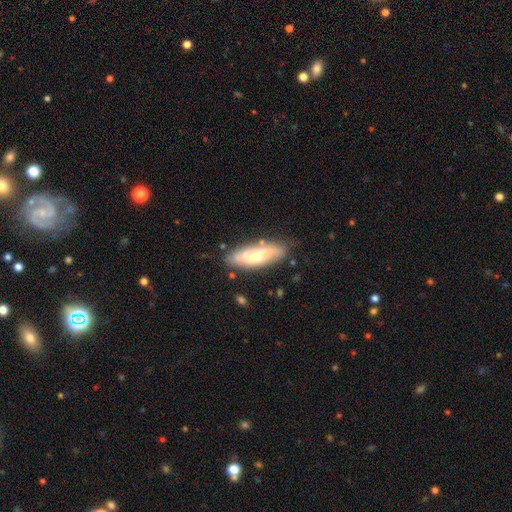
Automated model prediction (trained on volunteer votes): Q: Smooth or featured?
A: featured or disk (59%); runner-up: smooth (35%)
Q: Edge-on disk?
A: no (80%); runner-up: yes (20%)
Q: Merging?
A: none (75%); runner-up: minor disturbance (18%)